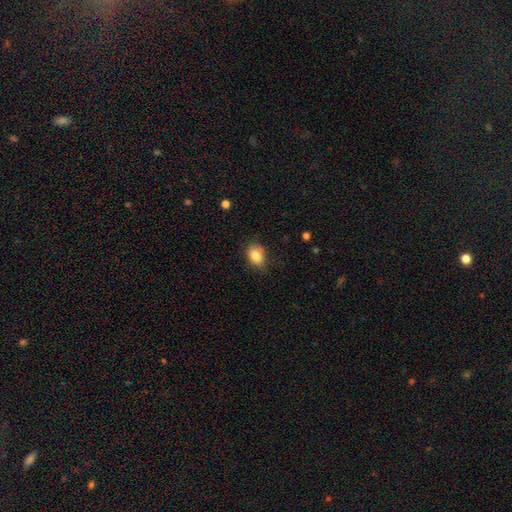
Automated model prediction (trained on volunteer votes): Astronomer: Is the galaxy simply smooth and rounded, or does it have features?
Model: smooth — 85%.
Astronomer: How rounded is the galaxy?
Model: in between — 75%.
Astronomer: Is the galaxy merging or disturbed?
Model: none — 77%.